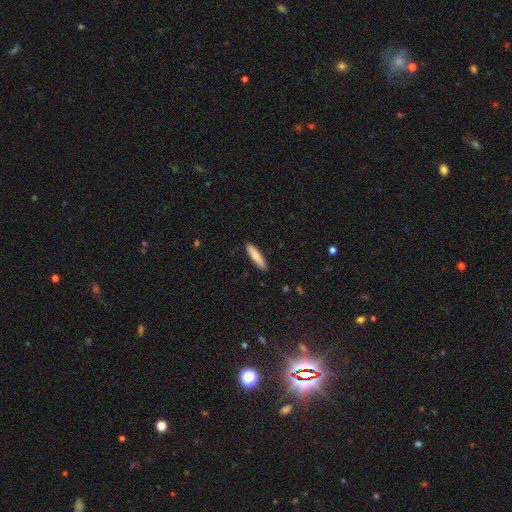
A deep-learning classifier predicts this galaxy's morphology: Q: Smooth or featured?
A: smooth (76%); runner-up: featured or disk (19%)
Q: How rounded?
A: cigar-shaped (85%); runner-up: in between (14%)
Q: Merging?
A: none (90%); runner-up: minor disturbance (7%)